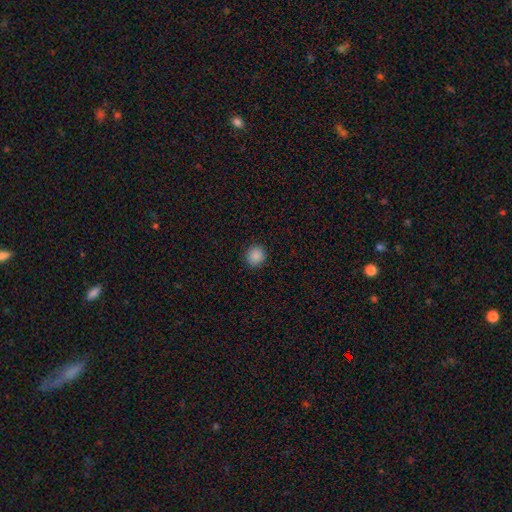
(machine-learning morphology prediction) smooth-or-featured: smooth: 87% | star or artifact: 10% | featured or disk: 3%
  how-rounded: round: 90% | in between: 9% | cigar-shaped: 1%
  merging: none: 91% | minor disturbance: 6% | major disturbance: 2% | merger: 1%